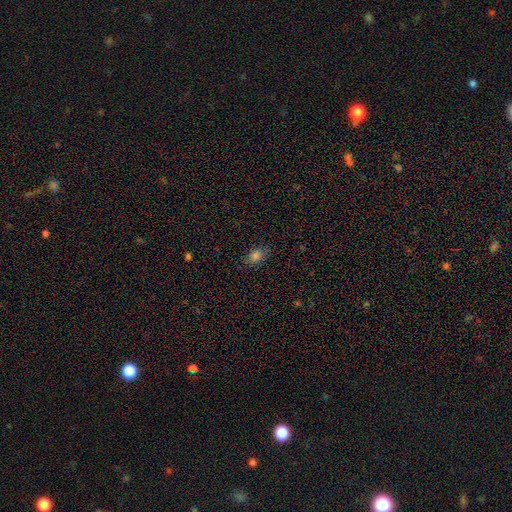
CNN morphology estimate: Smooth or featured: smooth — 79% (star or artifact — 14%)
How rounded: in between — 70% (round — 28%)
Merging: none — 82% (minor disturbance — 14%)